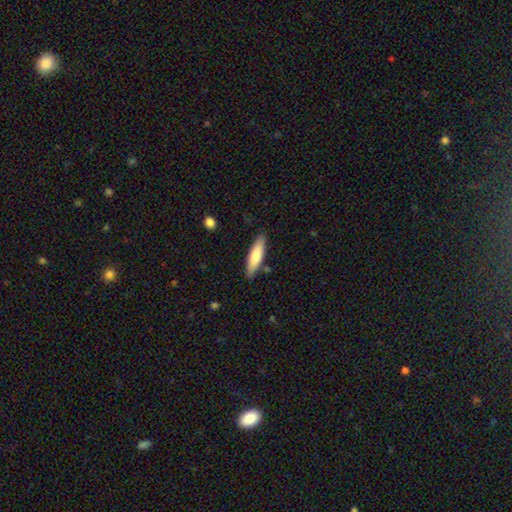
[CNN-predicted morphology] Smooth or featured? smooth (72%)
How rounded? cigar-shaped (65%)
Merging? none (86%)